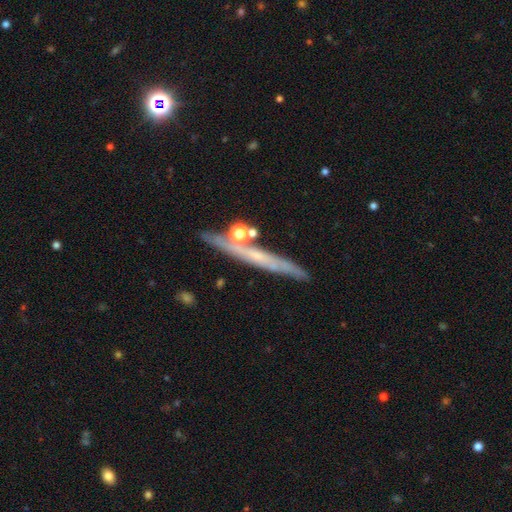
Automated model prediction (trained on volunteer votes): smooth_or_featured: featured or disk (p=0.60) [alt: smooth p=0.29]
disk_edge_on: yes (p=0.87) [alt: no p=0.13]
edge_on_bulge: none (p=0.67) [alt: rounded p=0.28]
merging: none (p=0.77) [alt: minor disturbance p=0.12]